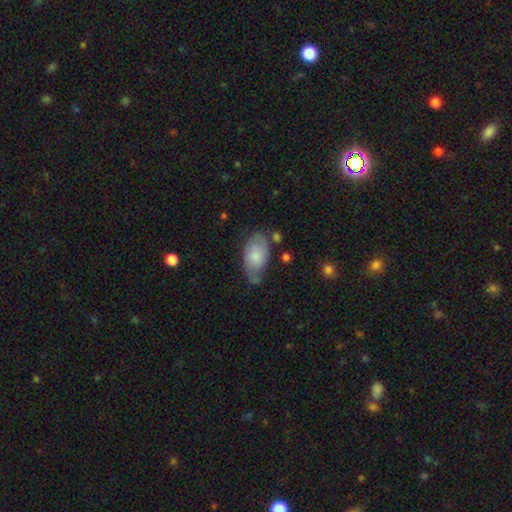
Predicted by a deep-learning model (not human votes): Smooth or featured? Predicted: smooth (p=0.64). How rounded? Predicted: in between (p=0.93). Merging? Predicted: none (p=0.54).